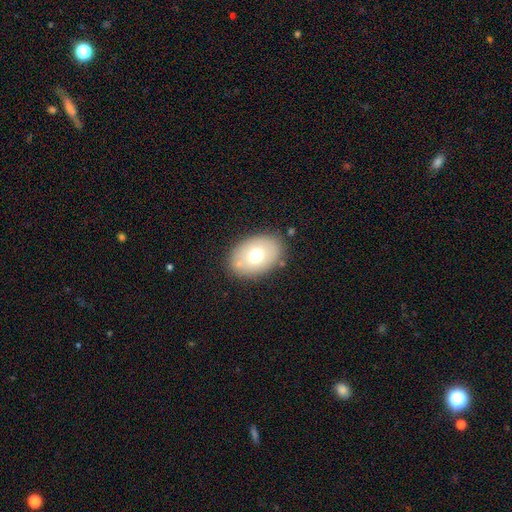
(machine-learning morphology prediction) The model was most divided on "smooth or featured": smooth: 66%, featured or disk: 25%, star or artifact: 9%. More confident: merging — none (81%); how rounded — in between (80%).